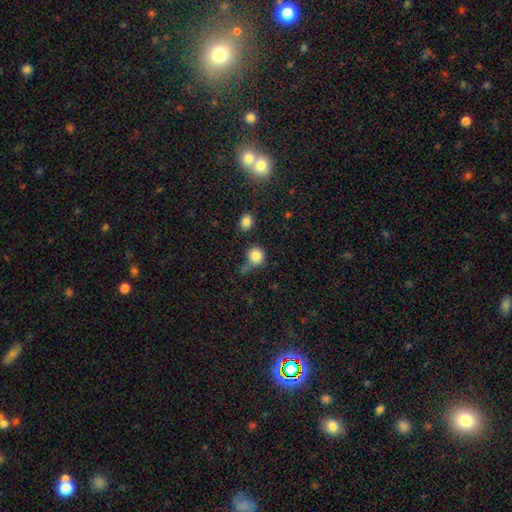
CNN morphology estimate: A smooth galaxy with no disk features (84%) that is round (90%).

Vote fractions:
- Smooth or featured? smooth: 84% / star or artifact: 11% / featured or disk: 6%
- How rounded? round: 90% / in between: 9% / cigar-shaped: 1%
- Merging? none: 62% / minor disturbance: 19% / merger: 12% / major disturbance: 7%